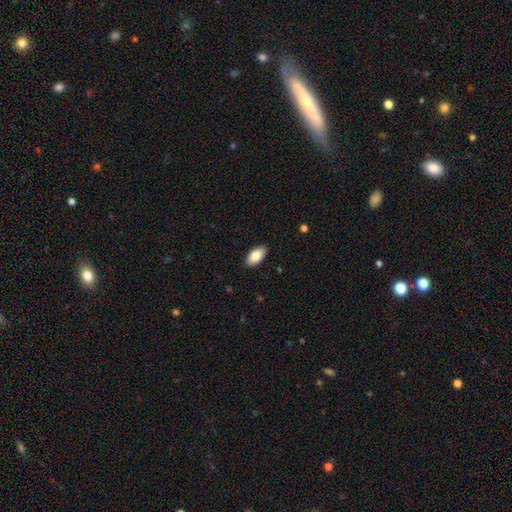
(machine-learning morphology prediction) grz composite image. It shows a smooth galaxy with no disk features (84%) that is in between round and cigar-shaped (94%). Merging: none (89%).